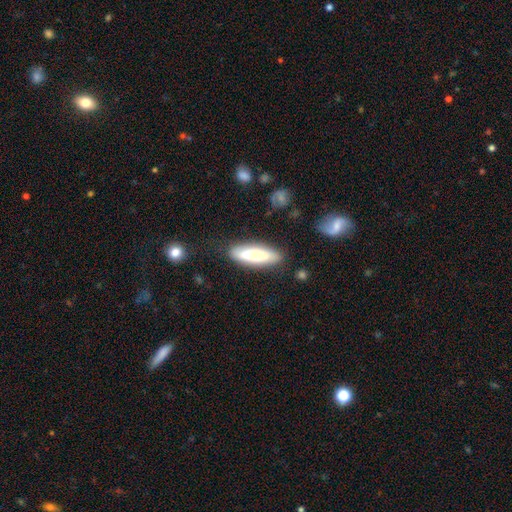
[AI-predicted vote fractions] Q: Smooth or featured?
A: smooth (59%); runner-up: featured or disk (35%)
Q: How rounded?
A: cigar-shaped (49%); tied with: in between (49%)
Q: Merging?
A: none (76%); runner-up: minor disturbance (14%)